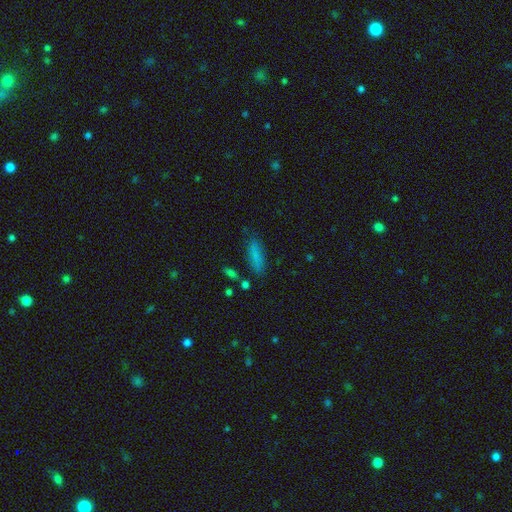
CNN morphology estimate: Smooth or featured? smooth (81%)
How rounded? cigar-shaped (52%)
Merging? none (77%)